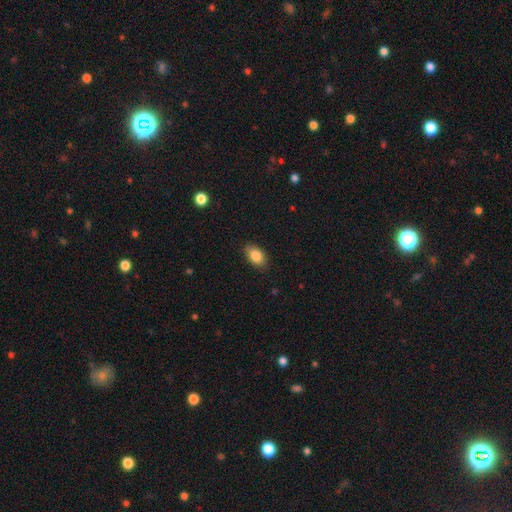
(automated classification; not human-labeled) Morphology: type=smooth (87%); roundness=in between (89%); merging=none (81%).